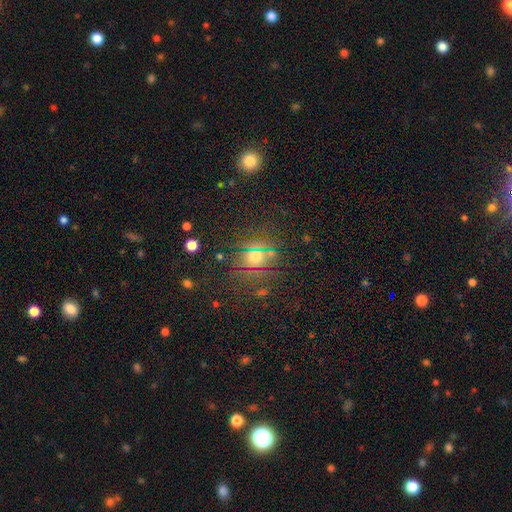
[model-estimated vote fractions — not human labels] A smooth galaxy with no disk features (51%) that is round (76%).

Vote fractions:
- Smooth or featured? smooth: 51% / star or artifact: 35% / featured or disk: 14%
- How rounded? round: 76% / in between: 21% / cigar-shaped: 2%
- Merging? none: 79% / minor disturbance: 11% / major disturbance: 6% / merger: 4%